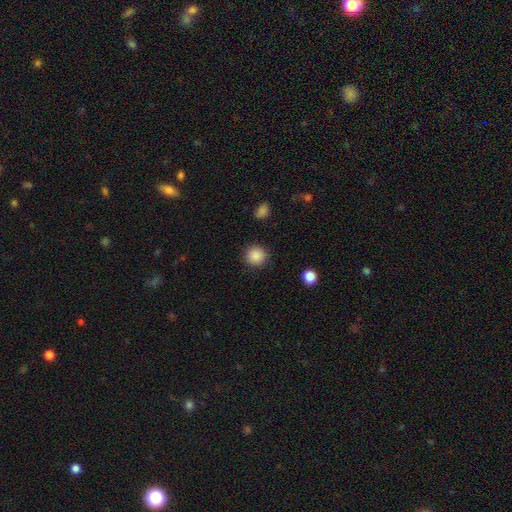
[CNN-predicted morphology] This appears to be a smooth galaxy with no disk features (88%) that is round (93%). Merging: none (90%).